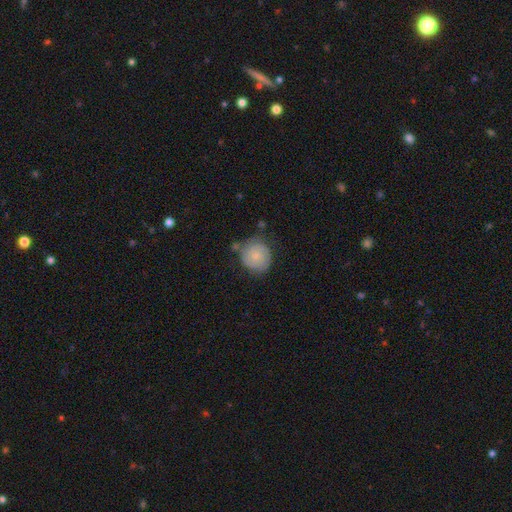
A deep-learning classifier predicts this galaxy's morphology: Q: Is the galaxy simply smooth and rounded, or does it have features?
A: smooth — 67%.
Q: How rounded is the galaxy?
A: round — 88%.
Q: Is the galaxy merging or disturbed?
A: none — 62%.